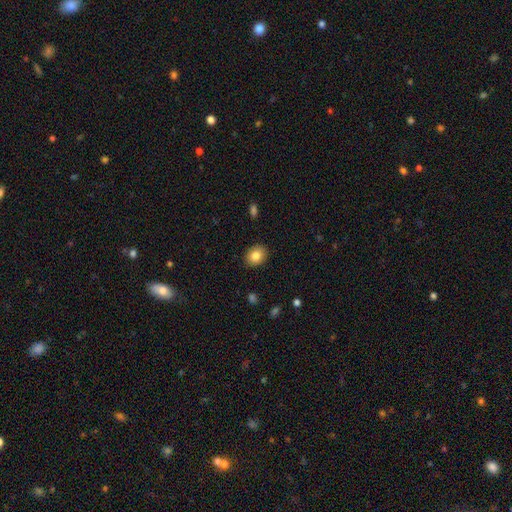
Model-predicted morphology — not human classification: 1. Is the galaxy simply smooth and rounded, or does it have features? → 84% smooth, 8% star or artifact, 8% featured or disk.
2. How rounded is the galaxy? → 57% in between, 42% round, 1% cigar-shaped.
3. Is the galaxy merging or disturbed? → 89% none, 8% minor disturbance, 2% major disturbance, 1% merger.